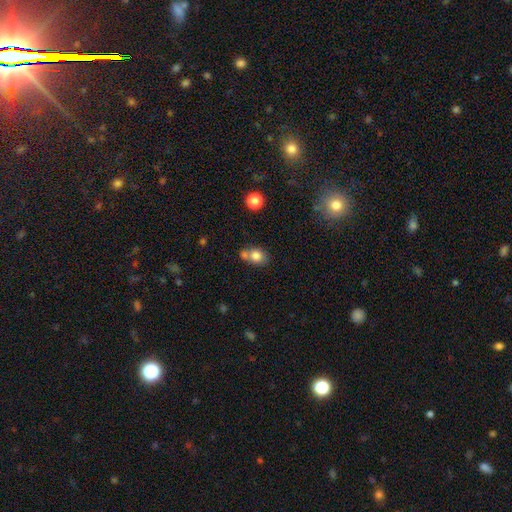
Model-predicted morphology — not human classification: Smooth or featured?
  - smooth: 78% *
  - featured or disk: 12%
  - star or artifact: 10%
How rounded?
  - round: 51% *
  - in between: 48%
  - cigar-shaped: 1%
Merging?
  - none: 44% *
  - merger: 37%
  - minor disturbance: 14%
  - major disturbance: 5%